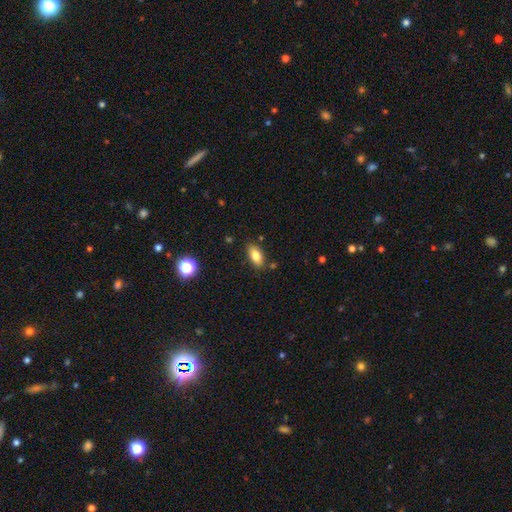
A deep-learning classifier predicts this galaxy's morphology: Overall: smooth (81%). How rounded: in between (89%). Merging: none (83%).